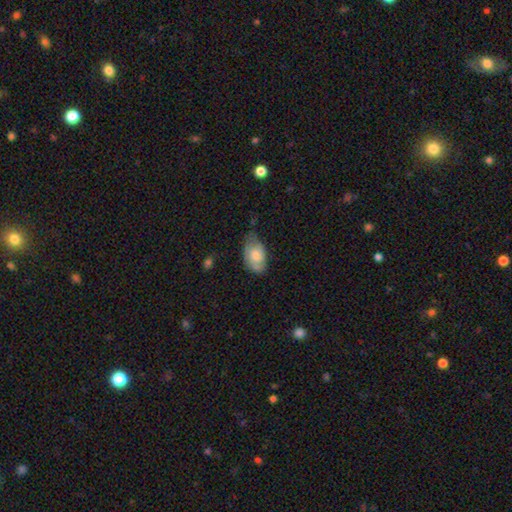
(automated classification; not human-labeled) Overall: smooth (68%). How rounded: in between (92%). Merging: minor disturbance (43%; none 42%).